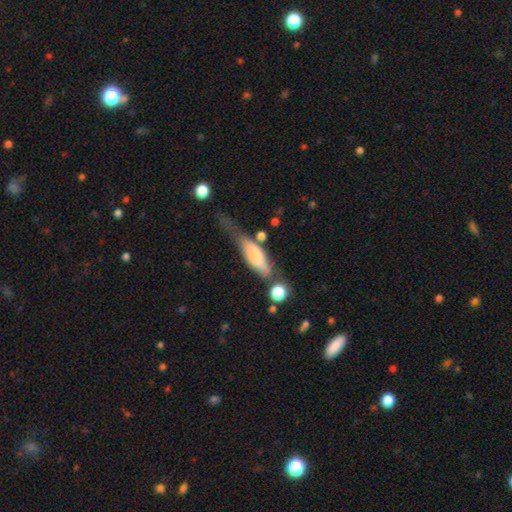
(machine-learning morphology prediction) Smooth or featured? Predicted: smooth (p=0.64). How rounded? Predicted: in between (p=0.51). Merging? Predicted: minor disturbance (p=0.29, tied with major disturbance and none).